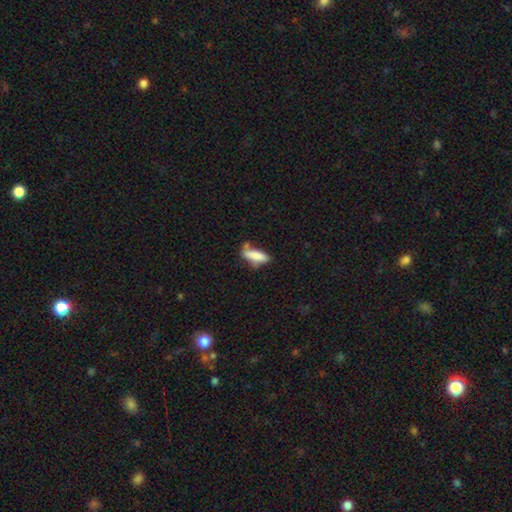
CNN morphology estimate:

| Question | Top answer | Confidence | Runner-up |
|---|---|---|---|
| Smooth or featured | smooth | 81% | featured or disk (12%) |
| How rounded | in between | 52% | cigar-shaped (46%) |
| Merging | none | 56% | minor disturbance (25%) |